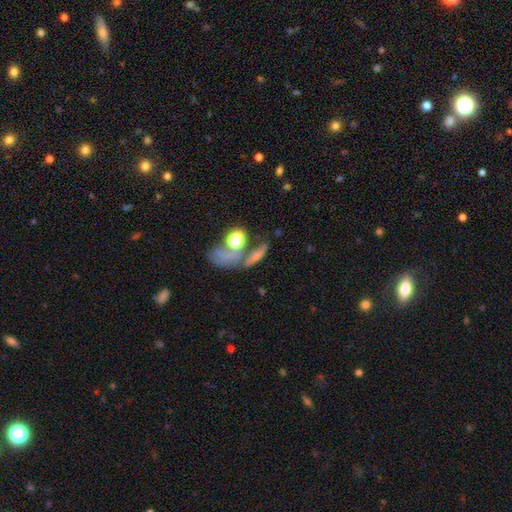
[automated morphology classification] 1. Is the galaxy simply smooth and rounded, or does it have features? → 48% smooth, 33% featured or disk, 19% star or artifact.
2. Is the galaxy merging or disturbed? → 38% none, 31% merger, 16% major disturbance, 15% minor disturbance.